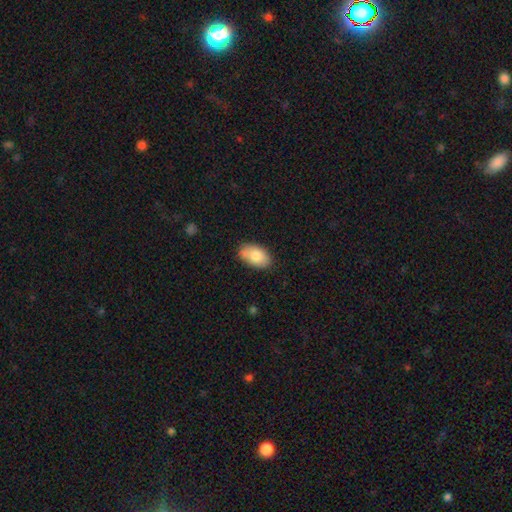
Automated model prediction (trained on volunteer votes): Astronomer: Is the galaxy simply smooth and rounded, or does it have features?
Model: smooth — 83%.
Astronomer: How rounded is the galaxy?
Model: in between — 93%.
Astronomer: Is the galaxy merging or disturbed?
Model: none — 75%.